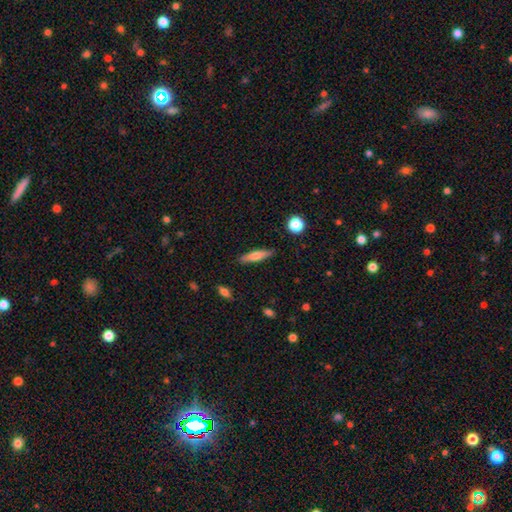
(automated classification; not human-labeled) smooth-or-featured: smooth: 61% | featured or disk: 32% | star or artifact: 7%
  how-rounded: cigar-shaped: 77% | in between: 21% | round: 2%
  merging: none: 87% | minor disturbance: 10% | major disturbance: 2% | merger: 2%